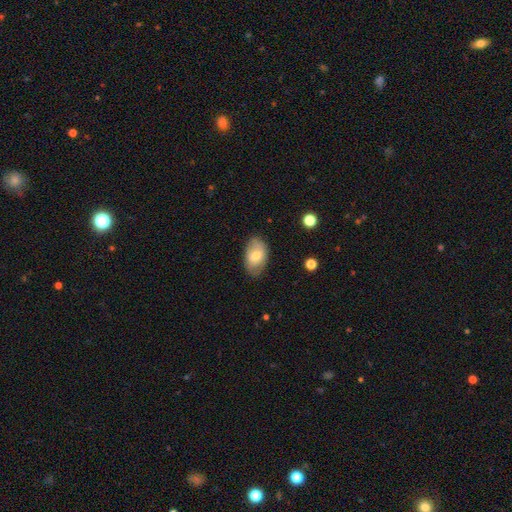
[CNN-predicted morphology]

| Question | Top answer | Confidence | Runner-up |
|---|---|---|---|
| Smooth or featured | smooth | 68% | featured or disk (25%) |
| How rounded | in between | 90% | round (8%) |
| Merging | none | 75% | minor disturbance (19%) |